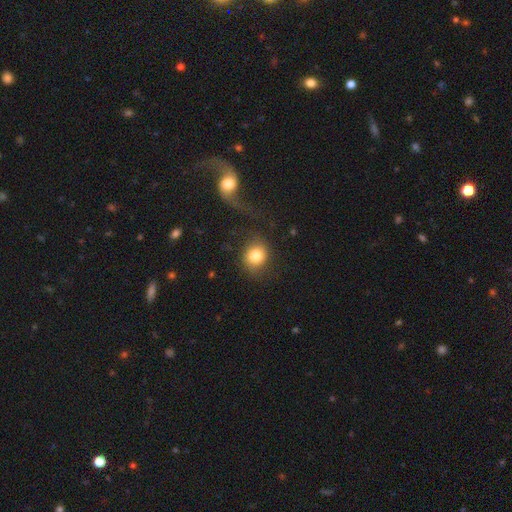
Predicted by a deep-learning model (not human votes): Smooth or featured? smooth (78%)
How rounded? round (74%)
Merging? none (62%)